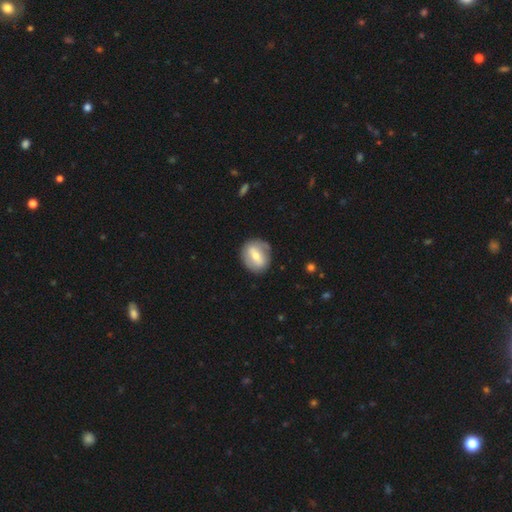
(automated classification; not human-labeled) Smooth or featured? smooth (47%, tied with featured or disk)
Merging? none (82%)